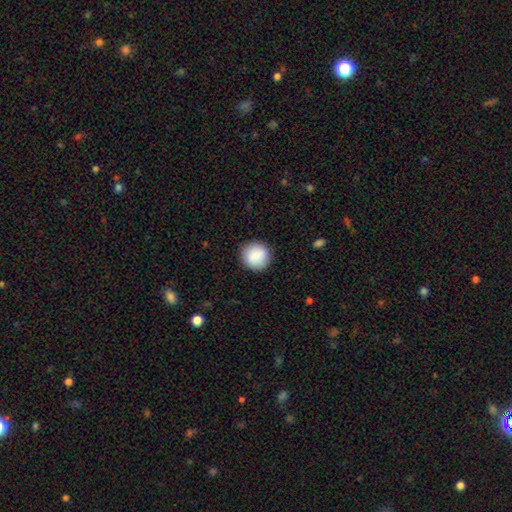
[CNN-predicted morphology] smooth_or_featured: smooth (p=0.88) [alt: star or artifact p=0.07]
how_rounded: round (p=0.94) [alt: in between p=0.05]
merging: none (p=0.90) [alt: minor disturbance p=0.07]